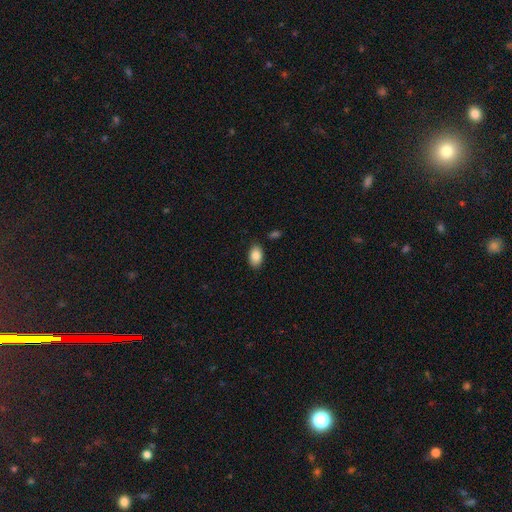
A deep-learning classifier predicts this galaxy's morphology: type=smooth (87%); roundness=in between (90%); merging=none (85%).